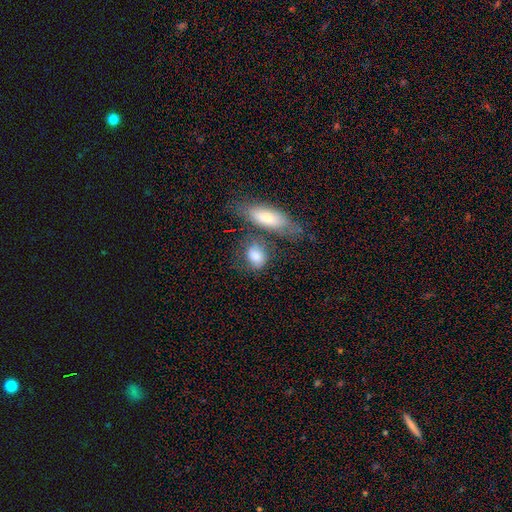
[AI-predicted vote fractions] Overall: smooth (78%). How rounded: in between (59%; round 36%). Merging: none (44%; merger 27%).